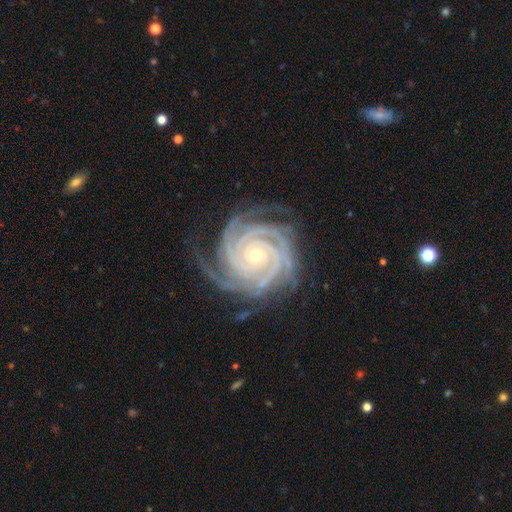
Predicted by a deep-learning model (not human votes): Overall: featured or disk (94%). Edge-on disk: no (98%). Bar: no (75%). Spiral arms: yes (99%). Spiral arm count: 4 (34%; 3 20%). Spiral winding: tight (86%). Bulge size: small (72%). Merging: none (76%).